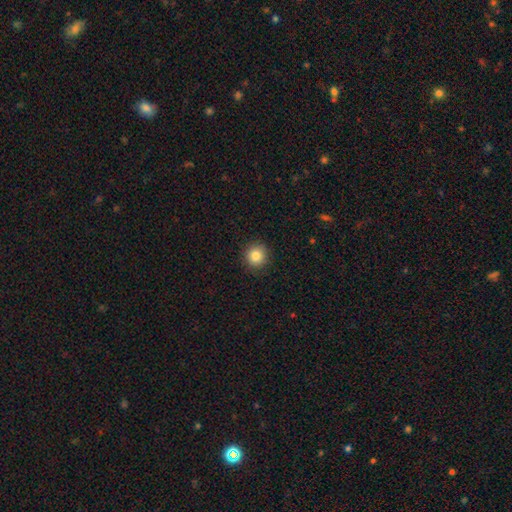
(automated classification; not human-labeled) Smooth or featured? Predicted: smooth (p=0.84). How rounded? Predicted: round (p=0.92). Merging? Predicted: none (p=0.90).